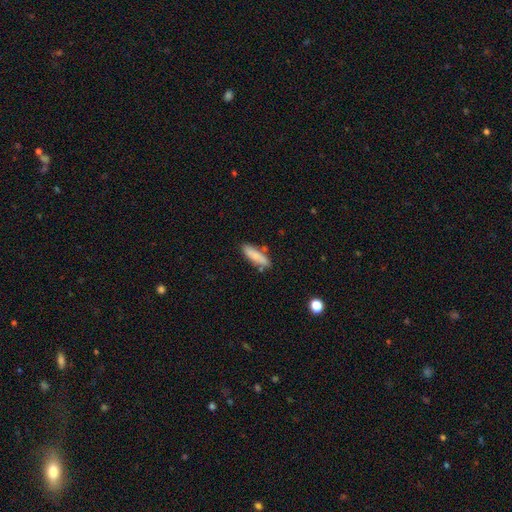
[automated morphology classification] smooth 82%, featured or disk 12%, star or artifact 6%. Down the decision tree: how rounded — cigar-shaped (58%); merging — none (77%).